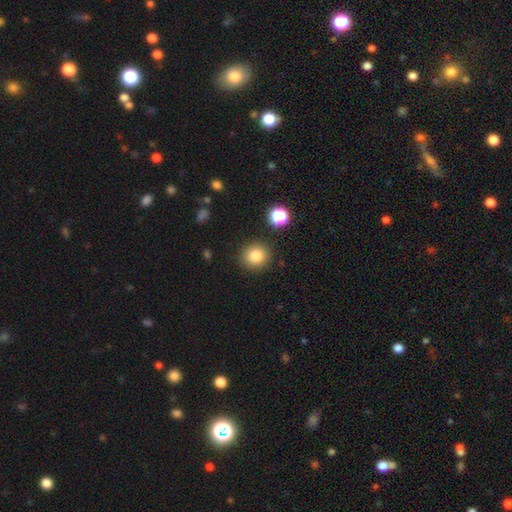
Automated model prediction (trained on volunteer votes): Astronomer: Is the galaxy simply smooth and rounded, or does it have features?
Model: smooth — 83%.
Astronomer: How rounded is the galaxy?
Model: round — 90%.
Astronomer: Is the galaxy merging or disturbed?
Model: none — 88%.